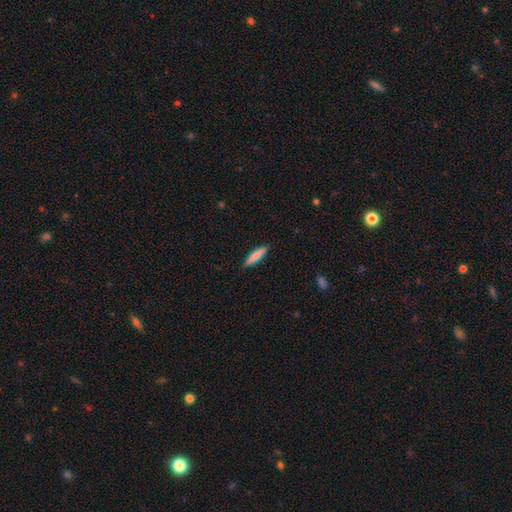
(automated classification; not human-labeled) Smooth or featured?
  - smooth: 81% *
  - featured or disk: 13%
  - star or artifact: 6%
How rounded?
  - cigar-shaped: 86% *
  - in between: 13%
  - round: 1%
Merging?
  - none: 89% *
  - minor disturbance: 9%
  - major disturbance: 2%
  - merger: 1%